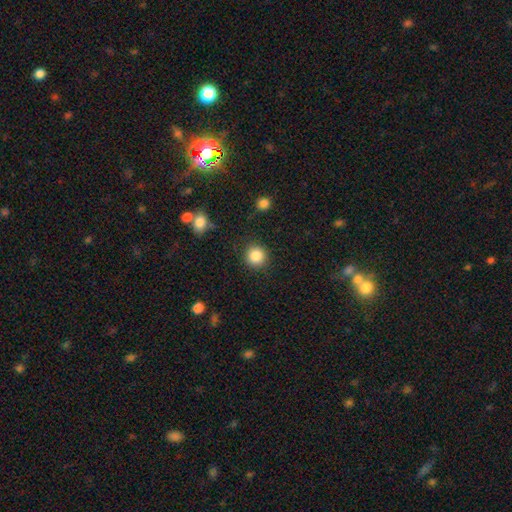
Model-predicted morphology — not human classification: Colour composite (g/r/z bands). It shows a smooth galaxy with no disk features (86%) that is round (92%). Merging: none (89%).